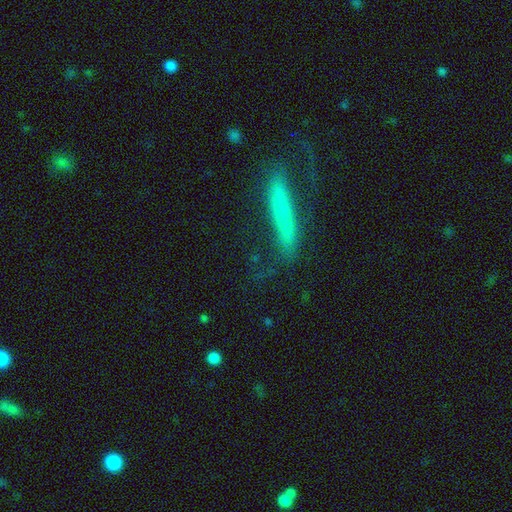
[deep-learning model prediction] A smooth galaxy with no disk features (48%). Merging: none (57%).